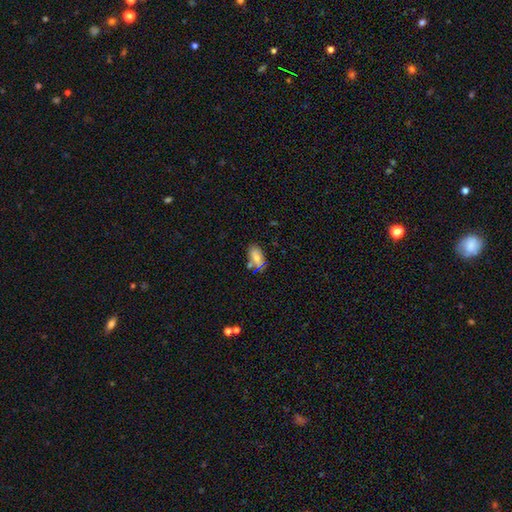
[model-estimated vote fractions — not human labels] A smooth galaxy with no disk features (55%) that is in between round and cigar-shaped (88%). Merging: none (58%).